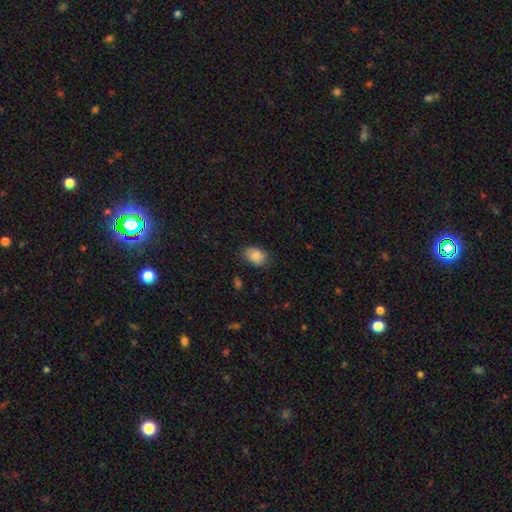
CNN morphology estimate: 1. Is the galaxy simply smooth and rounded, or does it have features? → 87% smooth, 8% star or artifact, 5% featured or disk.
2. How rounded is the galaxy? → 78% in between, 21% round, 1% cigar-shaped.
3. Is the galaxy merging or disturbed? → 77% none, 18% minor disturbance, 4% major disturbance, 1% merger.